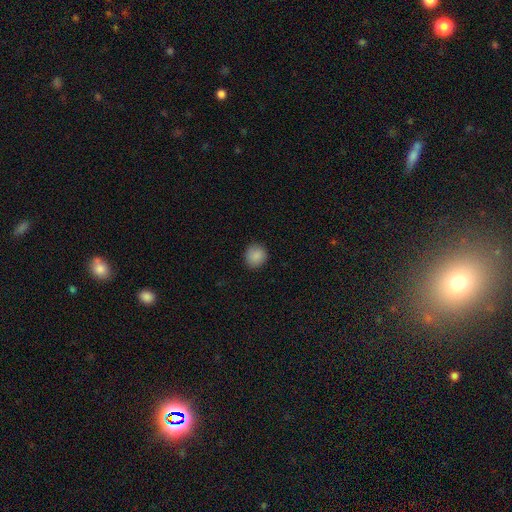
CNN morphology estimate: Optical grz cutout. It shows a smooth galaxy with no disk features (88%) that is round (90%). Merging: none (89%).